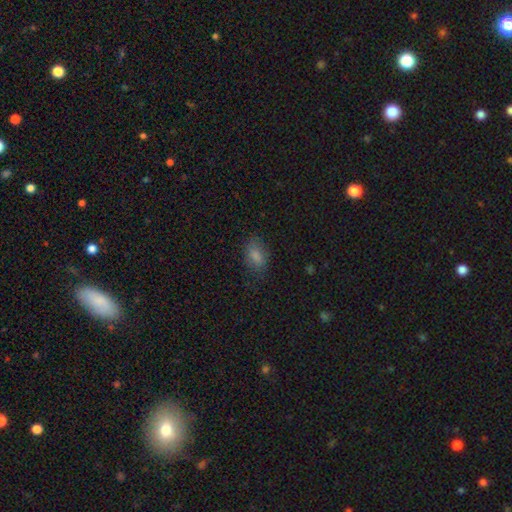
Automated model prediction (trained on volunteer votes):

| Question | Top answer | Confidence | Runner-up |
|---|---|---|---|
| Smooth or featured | smooth | 81% | star or artifact (10%) |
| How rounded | in between | 87% | round (10%) |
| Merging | none | 72% | minor disturbance (20%) |